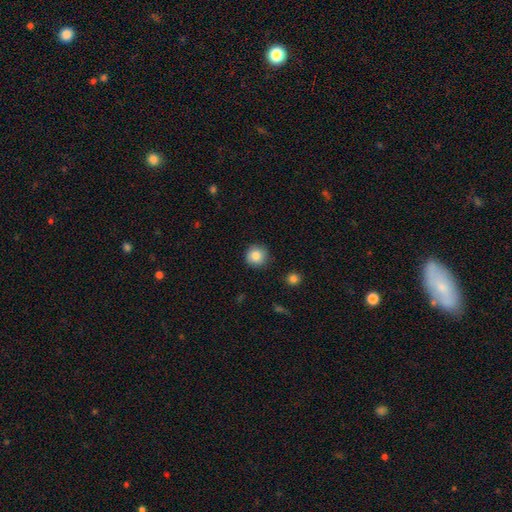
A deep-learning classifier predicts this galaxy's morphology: type=smooth (85%); roundness=round (94%); merging=none (89%).